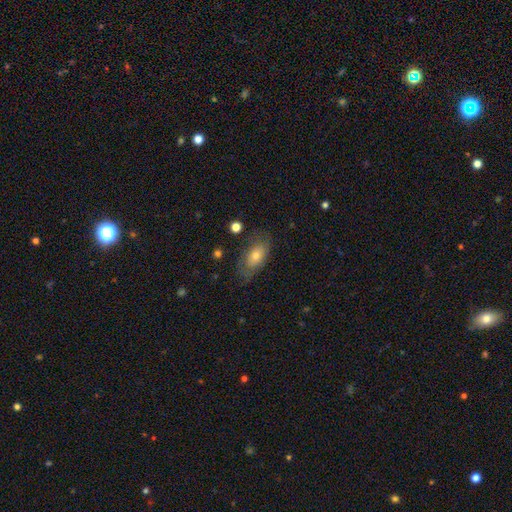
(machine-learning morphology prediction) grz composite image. It shows a smooth galaxy with no disk features (60%) that is in between round and cigar-shaped (88%). Merging: none (70%).